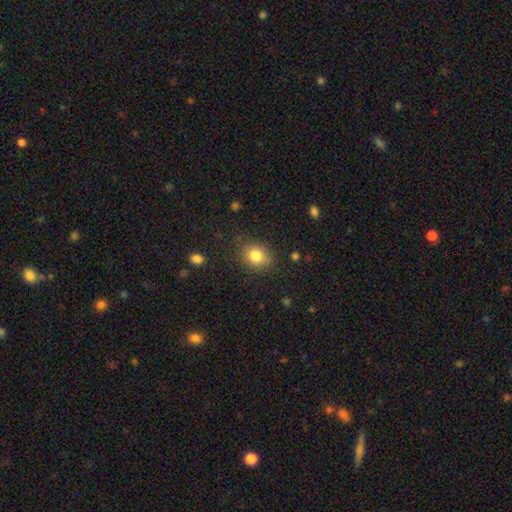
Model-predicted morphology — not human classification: The model was most divided on "how rounded": round: 58%, in between: 41%, cigar-shaped: 1%. More confident: merging — none (83%); smooth or featured — smooth (82%).